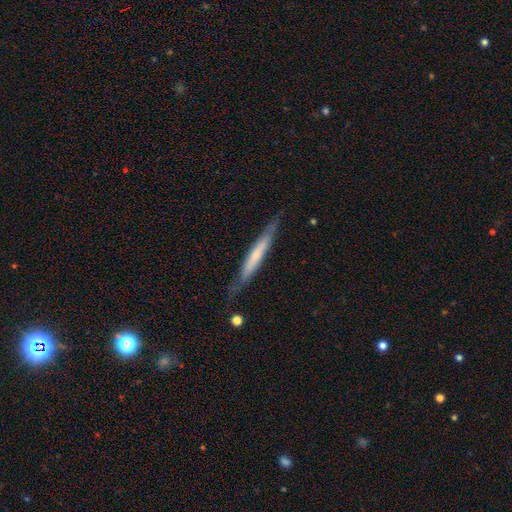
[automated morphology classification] Smooth or featured?
  - featured or disk: 50% *
  - smooth: 44%
  - star or artifact: 6%
Edge-on disk?
  - yes: 87% *
  - no: 13%
Merging?
  - none: 77% *
  - minor disturbance: 17%
  - major disturbance: 4%
  - merger: 2%